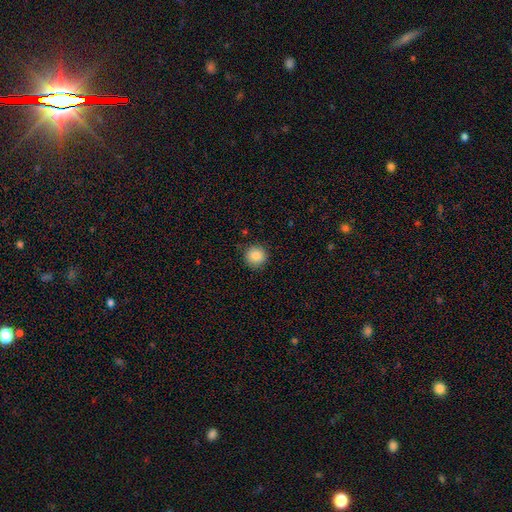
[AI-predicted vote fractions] Morphology: type=smooth (87%); roundness=round (94%); merging=none (88%).